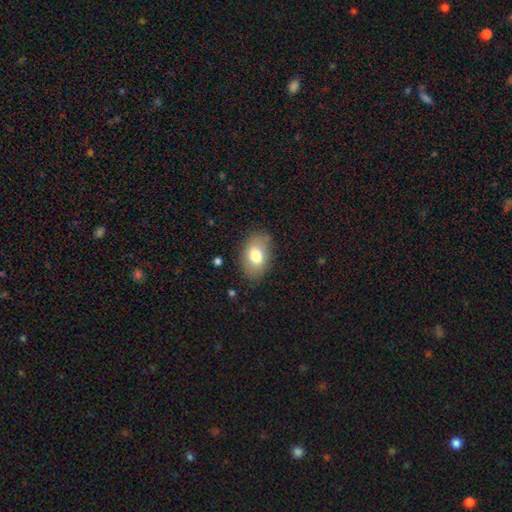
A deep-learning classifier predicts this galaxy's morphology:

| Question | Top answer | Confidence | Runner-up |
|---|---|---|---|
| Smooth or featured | smooth | 75% | featured or disk (17%) |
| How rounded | in between | 87% | round (11%) |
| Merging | none | 82% | minor disturbance (13%) |